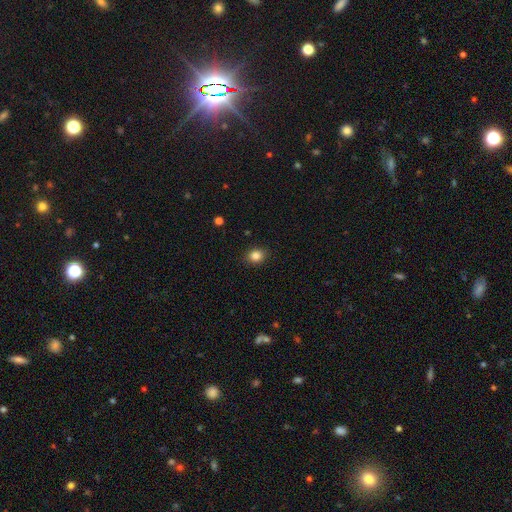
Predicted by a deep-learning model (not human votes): Smooth or featured? smooth (85%)
How rounded? round (56%)
Merging? none (89%)